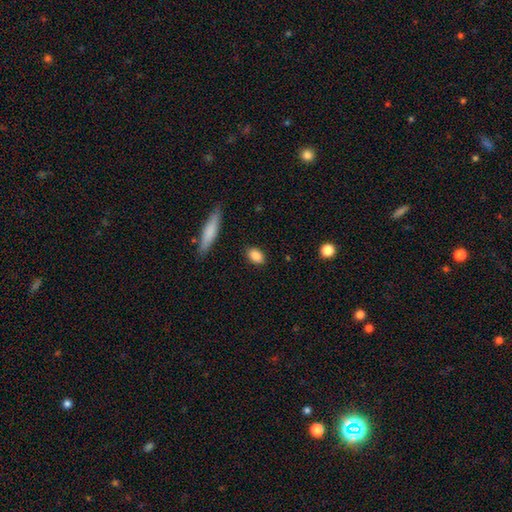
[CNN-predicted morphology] Q: Smooth or featured?
A: smooth (87%); runner-up: star or artifact (7%)
Q: How rounded?
A: in between (82%); runner-up: round (14%)
Q: Merging?
A: none (87%); runner-up: minor disturbance (9%)